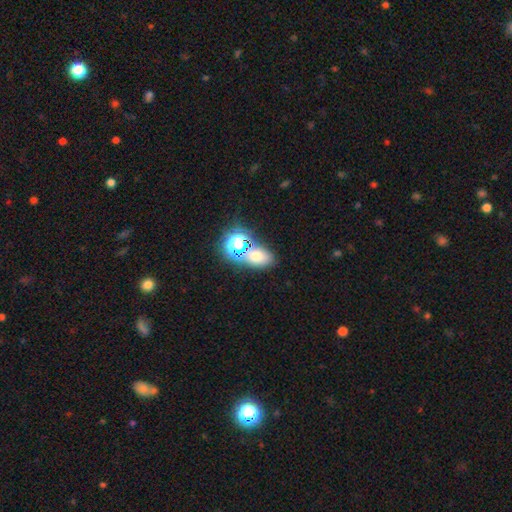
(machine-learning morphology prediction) Q: Smooth or featured?
A: smooth (59%); runner-up: star or artifact (28%)
Q: How rounded?
A: in between (72%); runner-up: round (27%)
Q: Merging?
A: none (66%); runner-up: merger (17%)